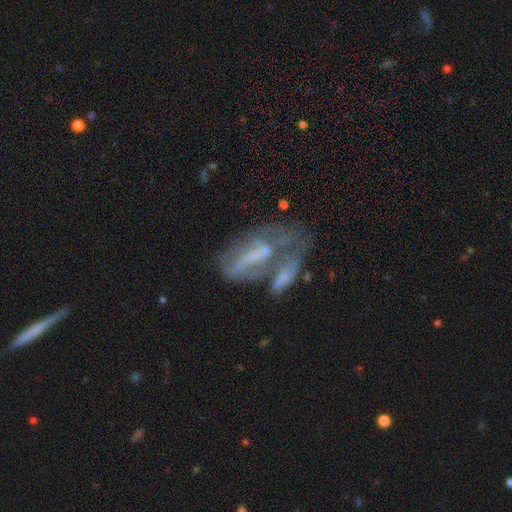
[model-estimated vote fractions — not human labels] A featured or disk galaxy (59%) with no bar (45%), no spiral arms (63%) and no central bulge (50%). Merging: merger (42%).